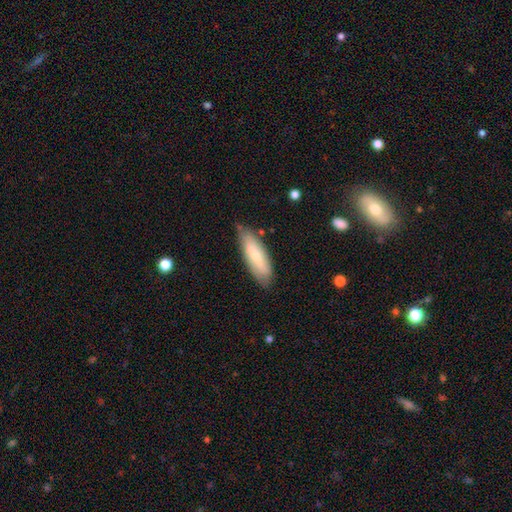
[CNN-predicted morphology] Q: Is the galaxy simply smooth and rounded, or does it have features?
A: smooth — 67%.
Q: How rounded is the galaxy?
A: in between — 50%.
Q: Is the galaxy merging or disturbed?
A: none — 77%.